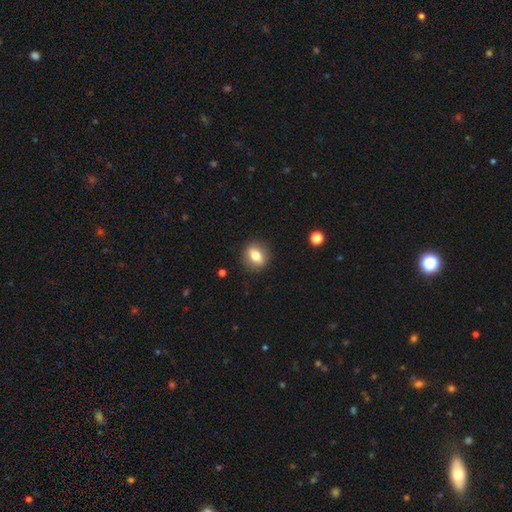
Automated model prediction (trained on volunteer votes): smooth 72%, featured or disk 19%, star or artifact 9%. Down the decision tree: how rounded — round (53%); merging — none (89%).